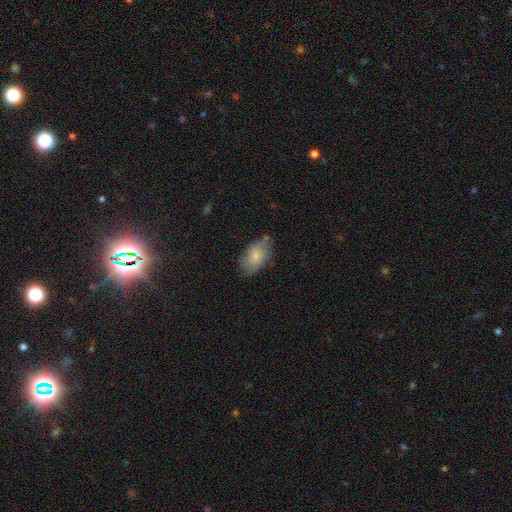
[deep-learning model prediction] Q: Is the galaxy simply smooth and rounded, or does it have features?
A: smooth — 75%.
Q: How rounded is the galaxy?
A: in between — 92%.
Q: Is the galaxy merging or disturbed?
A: none — 68%.